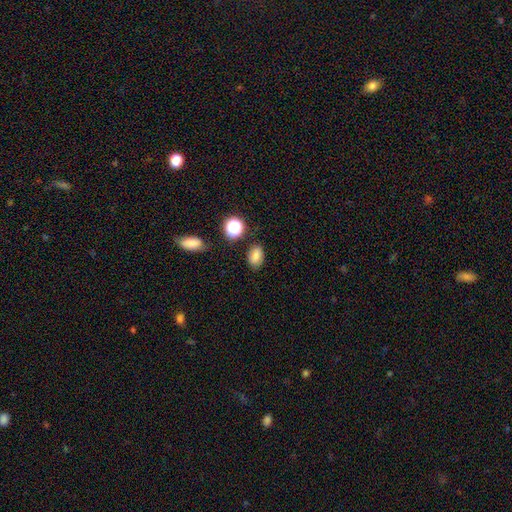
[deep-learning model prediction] This is likely a smooth galaxy (79%). How rounded: clearly in between (81%). Merging: likely none (79%).